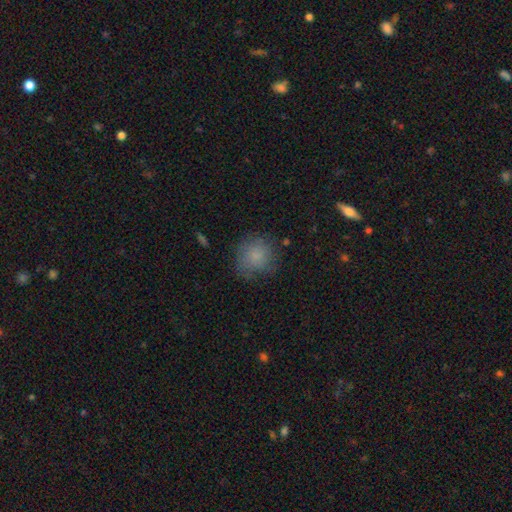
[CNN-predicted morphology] The model was most divided on "merging": none: 69%, minor disturbance: 21%, major disturbance: 8%, merger: 2%. More confident: how rounded — round (86%); smooth or featured — smooth (80%).